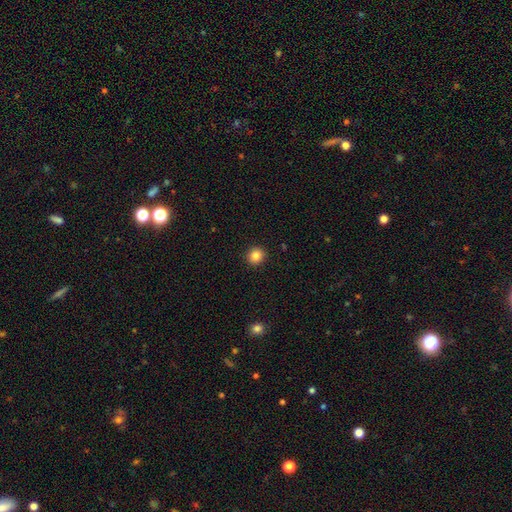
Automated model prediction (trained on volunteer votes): A smooth galaxy with no disk features (85%) that is round (86%). Merging: none (92%).